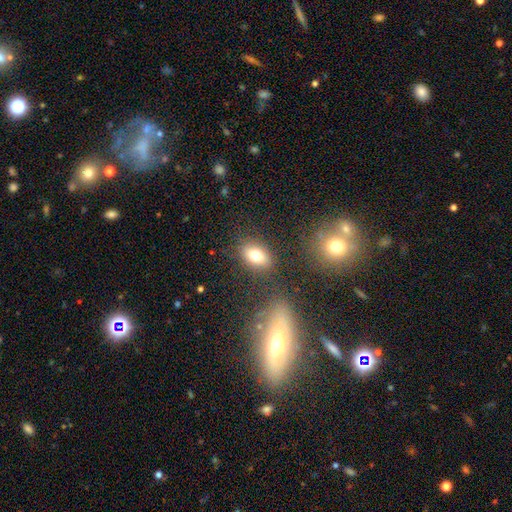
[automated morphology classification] Smooth or featured? smooth (76%)
How rounded? in between (80%)
Merging? none (81%)